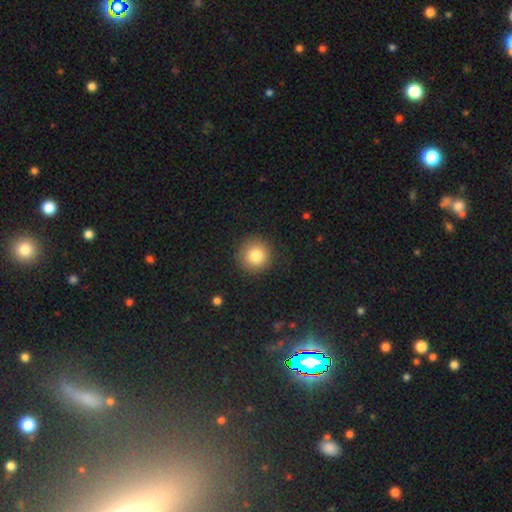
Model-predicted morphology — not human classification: Smooth or featured? Predicted: smooth (p=0.81). How rounded? Predicted: round (p=0.95). Merging? Predicted: none (p=0.90).